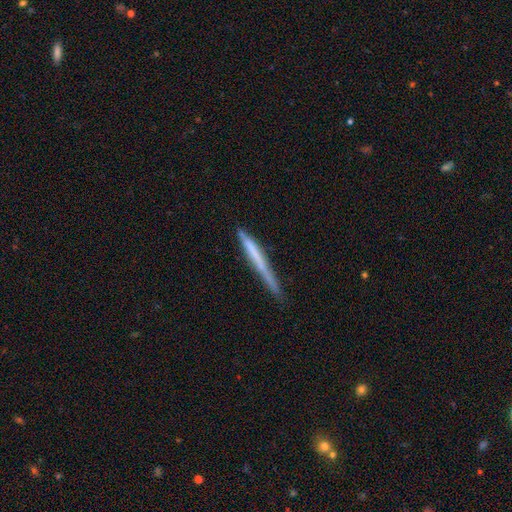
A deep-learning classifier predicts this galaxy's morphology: Smooth or featured? smooth (52%)
How rounded? cigar-shaped (97%)
Merging? none (73%)